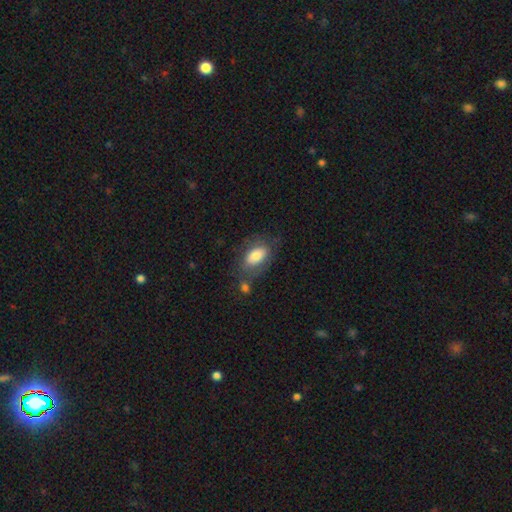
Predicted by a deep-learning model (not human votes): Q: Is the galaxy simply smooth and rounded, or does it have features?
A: smooth — 77%.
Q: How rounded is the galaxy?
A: in between — 91%.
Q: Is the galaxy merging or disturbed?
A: none — 60%.